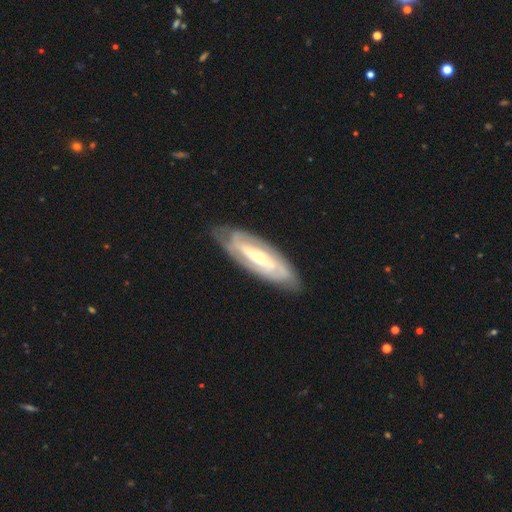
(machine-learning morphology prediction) This appears to be a featured or disk galaxy (80%) with a strong bar (36%), 2 (43%) tight (63%) spiral arms (83%) and a moderate central bulge (56%). Merging: none (78%).